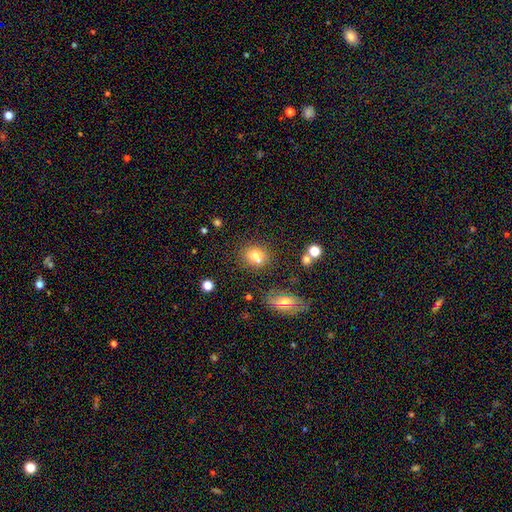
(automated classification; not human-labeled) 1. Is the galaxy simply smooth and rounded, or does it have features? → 71% smooth, 15% star or artifact, 14% featured or disk.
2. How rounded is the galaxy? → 66% round, 32% in between, 1% cigar-shaped.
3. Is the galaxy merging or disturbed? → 57% none, 27% merger, 12% minor disturbance, 4% major disturbance.